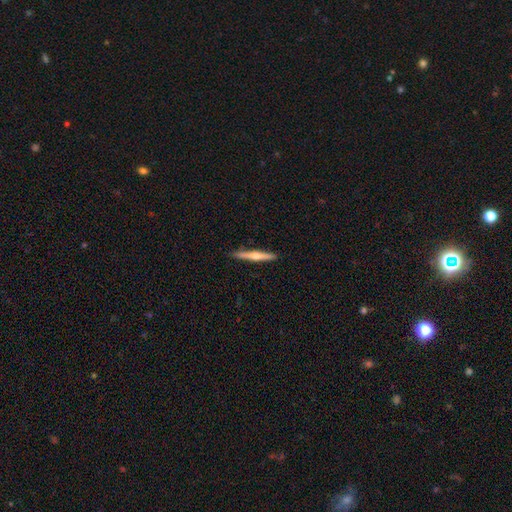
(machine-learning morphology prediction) smooth_or_featured: featured or disk (p=0.60) [alt: smooth p=0.34]
disk_edge_on: yes (p=0.97) [alt: no p=0.03]
edge_on_bulge: rounded (p=0.86) [alt: none p=0.10]
merging: none (p=0.91) [alt: minor disturbance p=0.06]